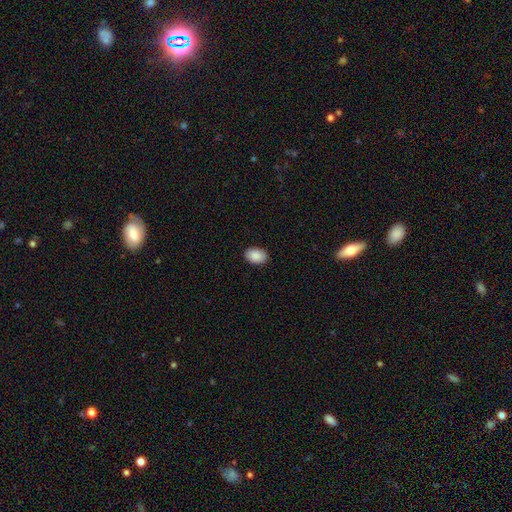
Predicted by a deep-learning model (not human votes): Smooth or featured?
  - smooth: 90% *
  - star or artifact: 7%
  - featured or disk: 3%
How rounded?
  - in between: 85% *
  - round: 14%
  - cigar-shaped: 1%
Merging?
  - none: 90% *
  - minor disturbance: 7%
  - major disturbance: 2%
  - merger: 1%